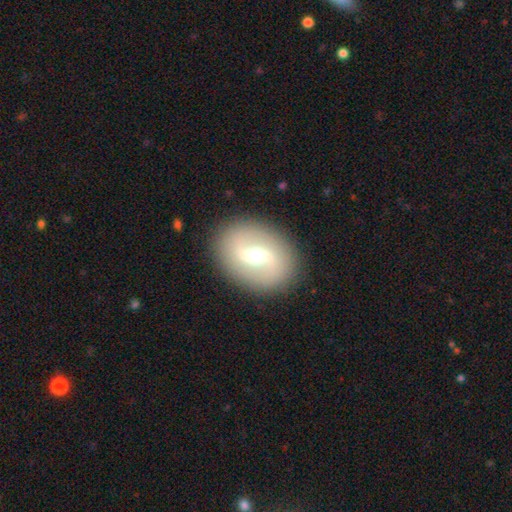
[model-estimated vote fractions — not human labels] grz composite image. It shows a featured or disk galaxy (72%) with a weak bar (45%), spiral arms (61%) and a moderate central bulge (66%). Merging: none (87%).